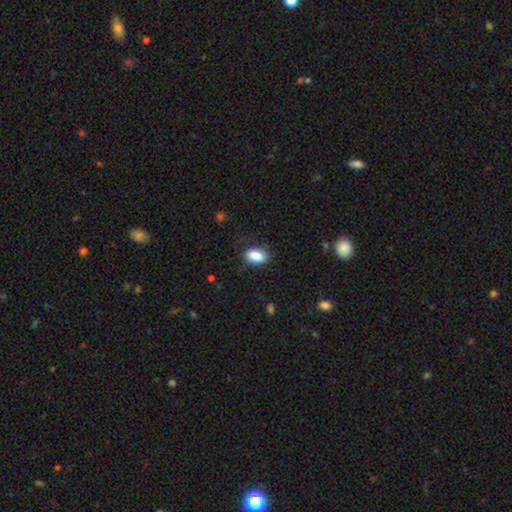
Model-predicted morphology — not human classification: smooth-or-featured: smooth: 87% | star or artifact: 8% | featured or disk: 5%
  how-rounded: in between: 87% | round: 12% | cigar-shaped: 1%
  merging: none: 77% | minor disturbance: 17% | major disturbance: 5% | merger: 1%